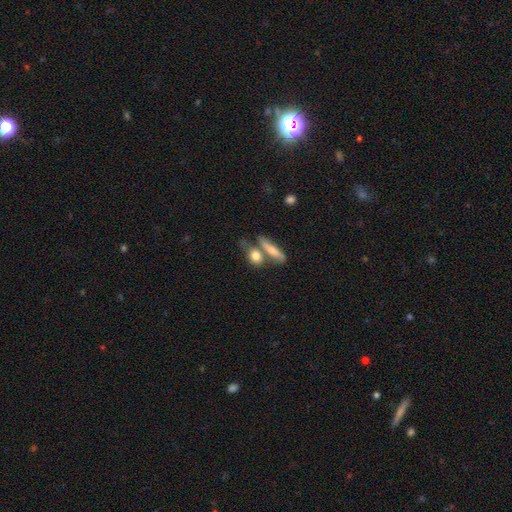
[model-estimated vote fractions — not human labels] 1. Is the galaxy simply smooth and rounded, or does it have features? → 74% smooth, 18% featured or disk, 8% star or artifact.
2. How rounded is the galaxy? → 52% in between, 24% round, 24% cigar-shaped.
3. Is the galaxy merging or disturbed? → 44% none, 37% merger, 13% minor disturbance, 7% major disturbance.